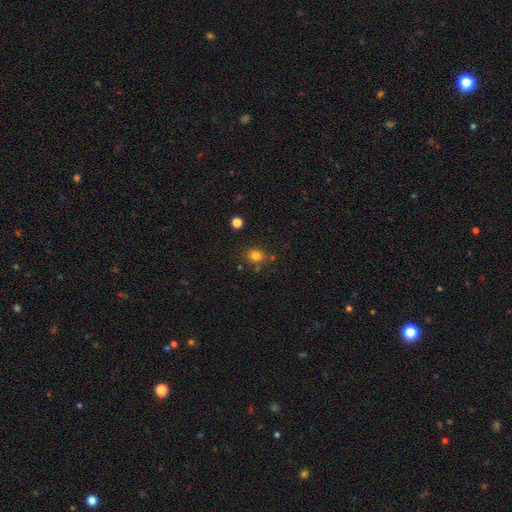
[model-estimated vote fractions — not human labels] Morphology: type=smooth (79%); roundness=round (63%); merging=none (75%).